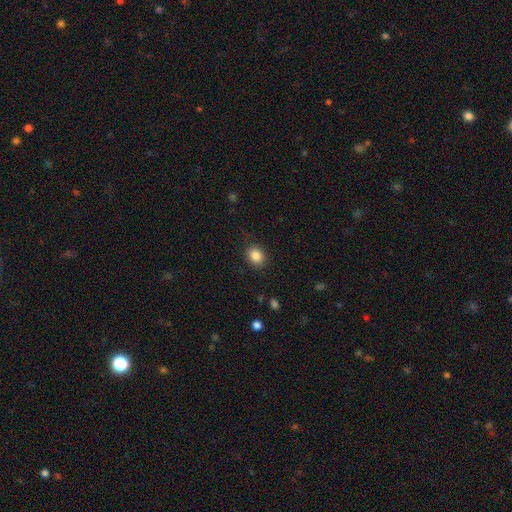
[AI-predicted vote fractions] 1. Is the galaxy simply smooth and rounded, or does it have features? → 86% smooth, 10% star or artifact, 5% featured or disk.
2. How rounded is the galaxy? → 57% round, 42% in between, 1% cigar-shaped.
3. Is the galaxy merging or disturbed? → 86% none, 10% minor disturbance, 3% major disturbance, 1% merger.